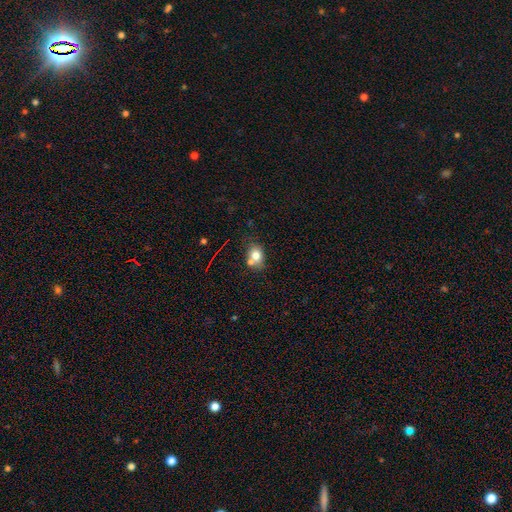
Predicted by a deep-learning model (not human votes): Q: Smooth or featured?
A: smooth (74%); runner-up: featured or disk (15%)
Q: How rounded?
A: in between (57%); runner-up: round (42%)
Q: Merging?
A: none (49%); runner-up: merger (32%)